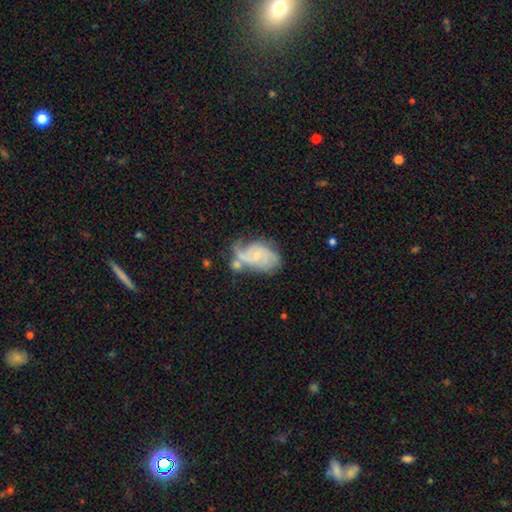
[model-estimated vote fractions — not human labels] This appears to be a featured or disk galaxy (75%) with no bar (63%), 2 (49%) medium (43%) spiral arms (90%) and a small central bulge (71%). Merging: none (34%).